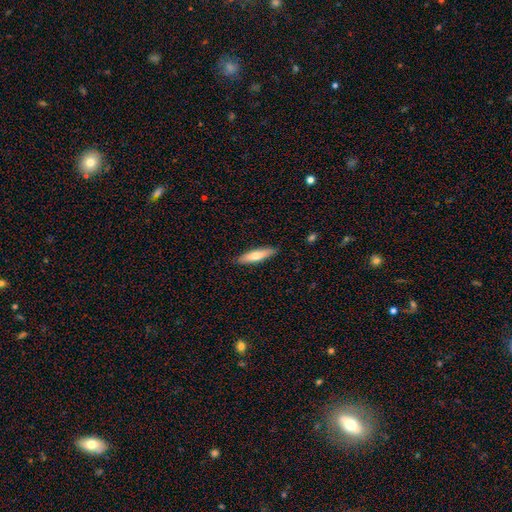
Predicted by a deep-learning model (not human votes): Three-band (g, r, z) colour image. It shows a smooth galaxy with no disk features (68%) that is cigar-shaped (74%). Merging: none (88%).